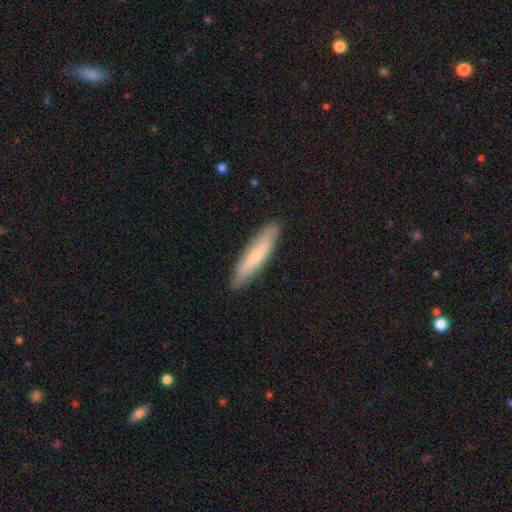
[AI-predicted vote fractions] smooth 60%, featured or disk 34%, star or artifact 6%. Down the decision tree: how rounded — cigar-shaped (81%); merging — none (86%).